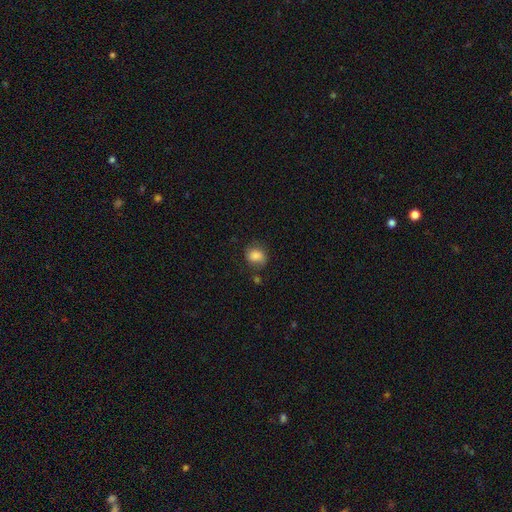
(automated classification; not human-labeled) Overall: smooth (81%). How rounded: round (58%; in between 41%). Merging: none (60%; minor disturbance 26%).